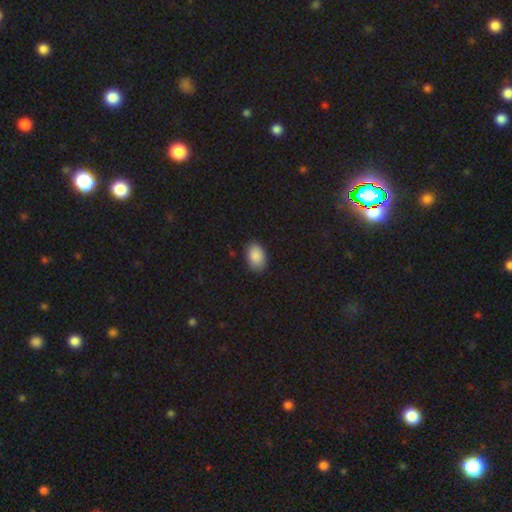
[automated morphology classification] Smooth or featured: smooth — 89% (star or artifact — 8%)
How rounded: in between — 86% (round — 13%)
Merging: none — 86% (minor disturbance — 11%)